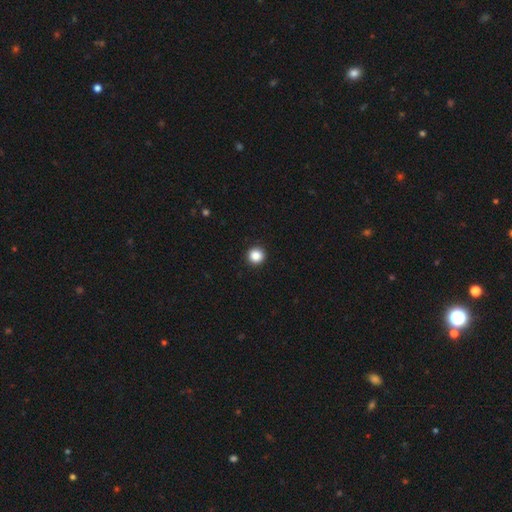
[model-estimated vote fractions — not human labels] Smooth or featured? smooth (87%)
How rounded? round (96%)
Merging? none (94%)